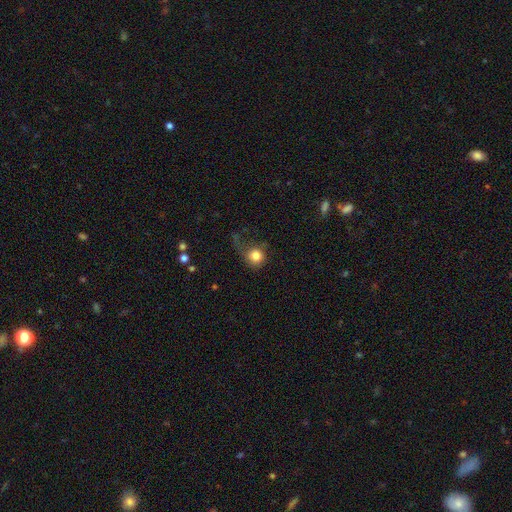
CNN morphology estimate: Q: Smooth or featured?
A: smooth (81%); runner-up: featured or disk (10%)
Q: How rounded?
A: round (88%); runner-up: in between (11%)
Q: Merging?
A: none (43%); runner-up: major disturbance (30%)